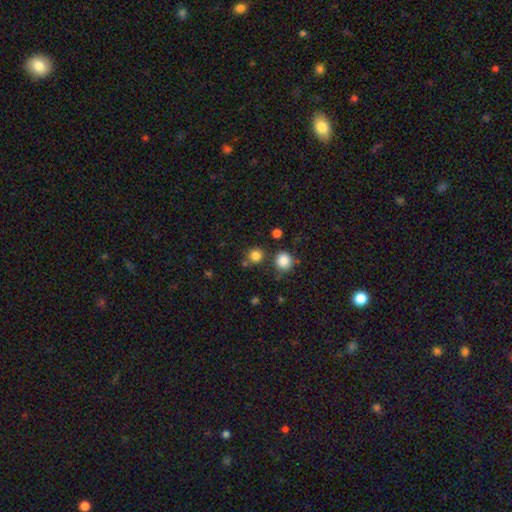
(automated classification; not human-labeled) smooth-or-featured: smooth: 82% | star or artifact: 13% | featured or disk: 5%
  how-rounded: round: 90% | in between: 9% | cigar-shaped: 1%
  merging: none: 76% | merger: 12% | minor disturbance: 8% | major disturbance: 3%